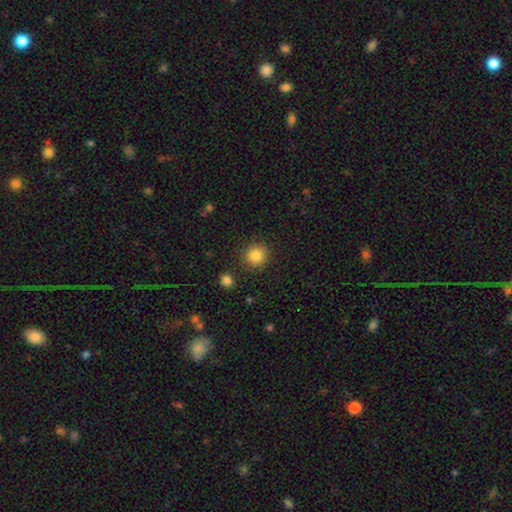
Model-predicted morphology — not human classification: The model was most divided on "smooth or featured": smooth: 85%, star or artifact: 10%, featured or disk: 5%. More confident: how rounded — round (90%); merging — none (88%).